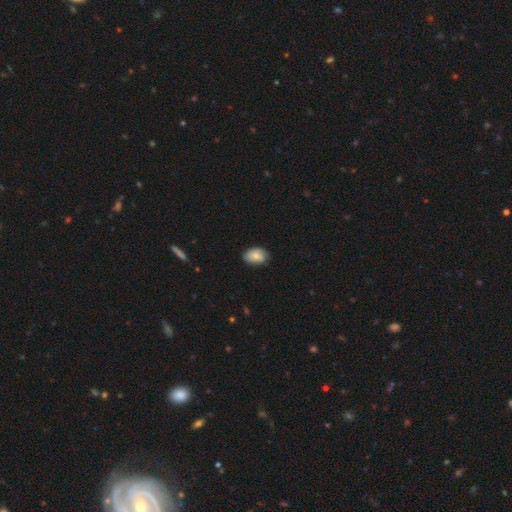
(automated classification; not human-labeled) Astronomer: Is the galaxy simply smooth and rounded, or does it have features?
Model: smooth — 70%.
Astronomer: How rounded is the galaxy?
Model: in between — 83%.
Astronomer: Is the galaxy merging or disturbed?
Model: none — 73%.